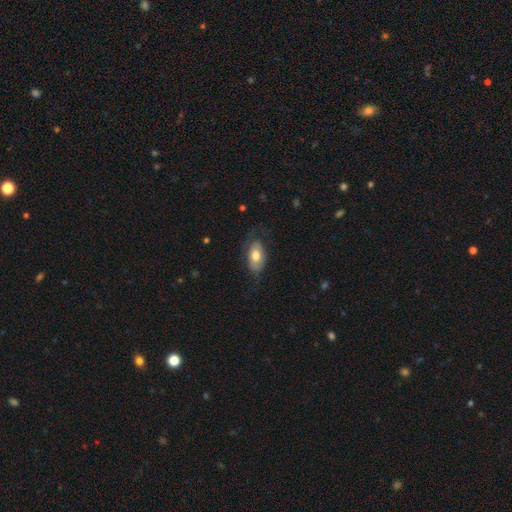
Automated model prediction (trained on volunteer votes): The model was most divided on "smooth or featured": smooth: 67%, featured or disk: 27%, star or artifact: 6%. More confident: how rounded — in between (92%); merging — none (65%).